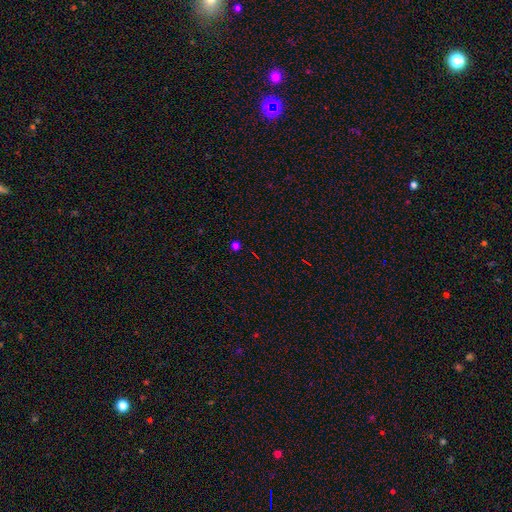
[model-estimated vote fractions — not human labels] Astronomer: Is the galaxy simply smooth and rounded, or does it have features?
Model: star or artifact — 49% (runner-up: smooth, 44%).